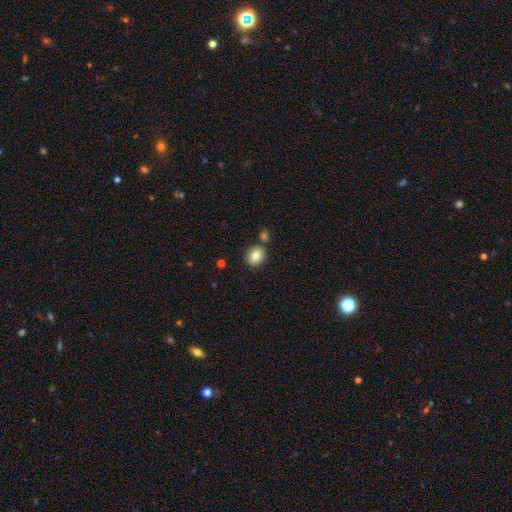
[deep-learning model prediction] smooth_or_featured: smooth (p=0.81) [alt: featured or disk p=0.10]
how_rounded: round (p=0.75) [alt: in between p=0.25]
merging: none (p=0.78) [alt: merger p=0.11]